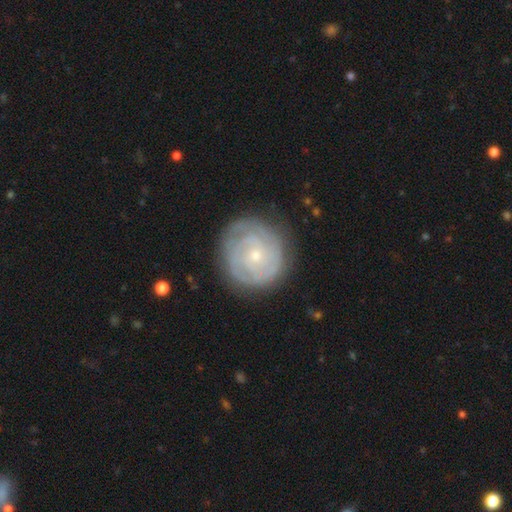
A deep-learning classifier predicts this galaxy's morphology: smooth-or-featured: featured or disk: 78% | smooth: 17% | star or artifact: 6%
  disk-edge-on: no: 98% | yes: 2%
    bar: no: 77% | weak: 19% | strong: 4%
    has-spiral-arms: yes: 91% | no: 9%
      spiral-winding: tight: 80% | medium: 16% | loose: 4%
      spiral-arm-count: can't tell: 38% | 2: 23% | 3: 19% | 4: 9% | 1: 6% | more than 4: 6%
    bulge-size: small: 73% | moderate: 23% | none: 2% | large: 1% | dominant: 1%
  merging: none: 81% | minor disturbance: 14% | major disturbance: 4% | merger: 1%